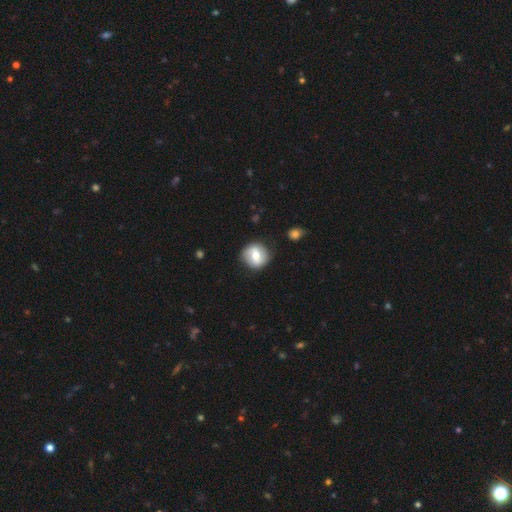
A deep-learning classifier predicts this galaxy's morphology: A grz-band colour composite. It shows a smooth galaxy with no disk features (59%) that is round (88%). Merging: none (84%).